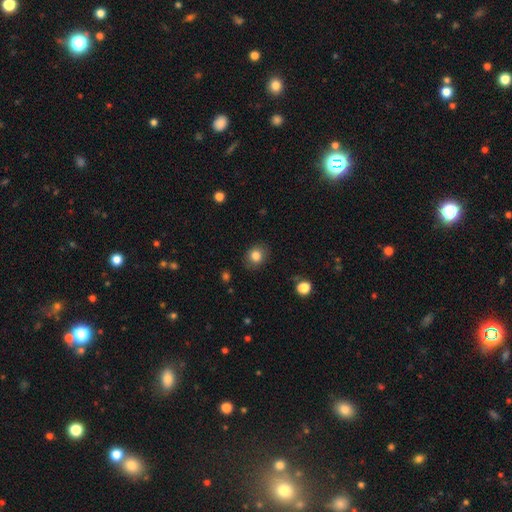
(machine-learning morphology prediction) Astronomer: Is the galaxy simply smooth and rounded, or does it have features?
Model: smooth — 83%.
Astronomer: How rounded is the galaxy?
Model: round — 67%.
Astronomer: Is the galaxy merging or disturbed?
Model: none — 85%.